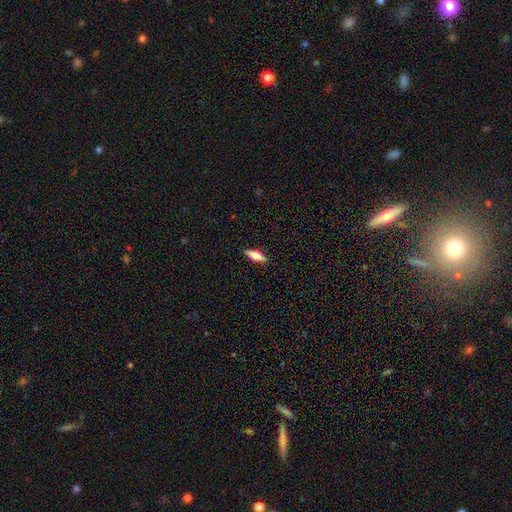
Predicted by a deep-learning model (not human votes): A smooth galaxy with no disk features (62%) that is in between round and cigar-shaped (59%).

Vote fractions:
- Smooth or featured? smooth: 62% / featured or disk: 32% / star or artifact: 7%
- How rounded? in between: 59% / cigar-shaped: 38% / round: 3%
- Merging? none: 88% / minor disturbance: 9% / major disturbance: 2% / merger: 1%